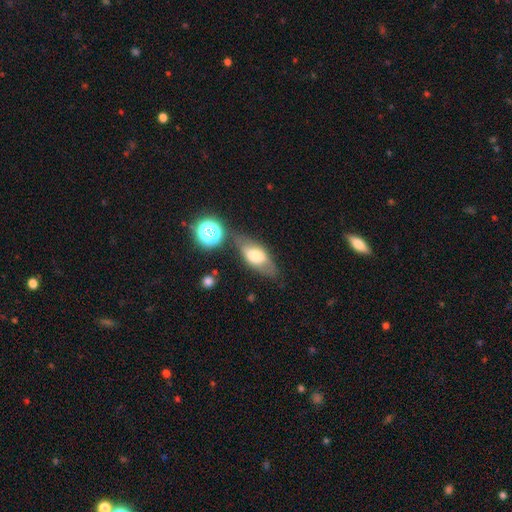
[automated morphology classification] Smooth or featured? Predicted: smooth (p=0.57). How rounded? Predicted: in between (p=0.77). Merging? Predicted: none (p=0.63).